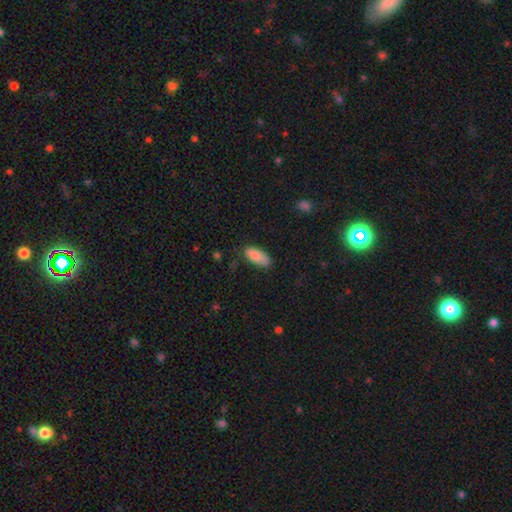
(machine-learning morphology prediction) Q: Smooth or featured?
A: smooth (87%); runner-up: star or artifact (7%)
Q: How rounded?
A: in between (82%); runner-up: cigar-shaped (16%)
Q: Merging?
A: none (72%); runner-up: minor disturbance (22%)